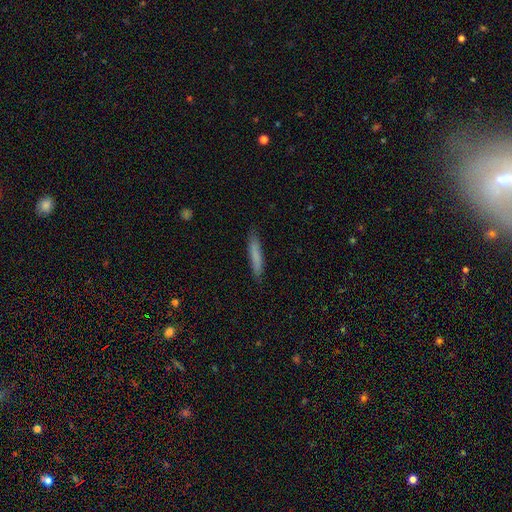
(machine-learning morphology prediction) Smooth or featured?
  - smooth: 78% *
  - featured or disk: 16%
  - star or artifact: 6%
How rounded?
  - cigar-shaped: 92% *
  - in between: 7%
  - round: 1%
Merging?
  - none: 87% *
  - minor disturbance: 10%
  - major disturbance: 2%
  - merger: 1%